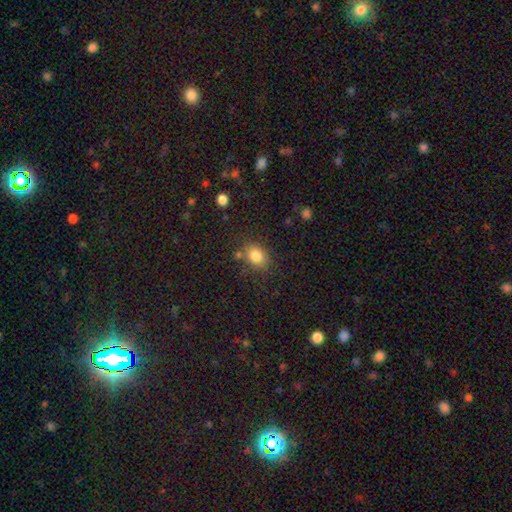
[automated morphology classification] Smooth or featured?
  - smooth: 83% *
  - star or artifact: 10%
  - featured or disk: 7%
How rounded?
  - in between: 61% *
  - round: 38%
  - cigar-shaped: 1%
Merging?
  - none: 74% *
  - minor disturbance: 14%
  - merger: 7%
  - major disturbance: 5%